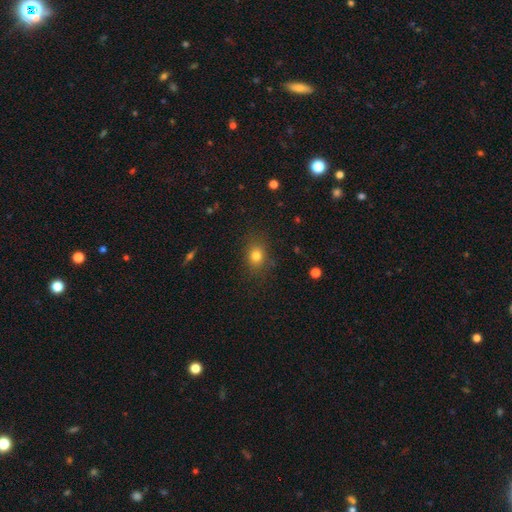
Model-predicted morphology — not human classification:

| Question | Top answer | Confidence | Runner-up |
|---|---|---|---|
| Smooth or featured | smooth | 78% | star or artifact (14%) |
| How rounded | round | 55% | in between (44%) |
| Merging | none | 83% | minor disturbance (12%) |